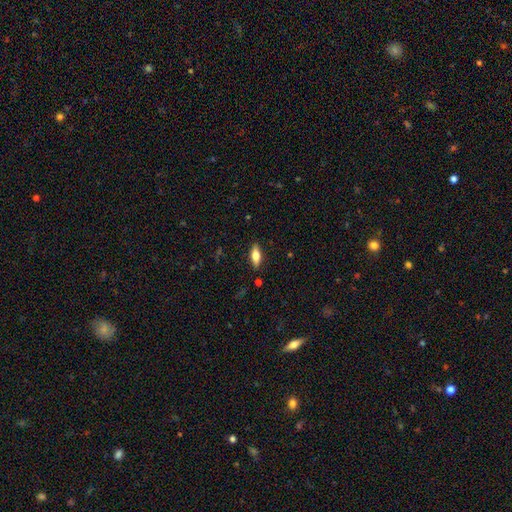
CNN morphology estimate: This appears to be a smooth galaxy with no disk features (60%) that is in between round and cigar-shaped (69%). Merging: none (87%).